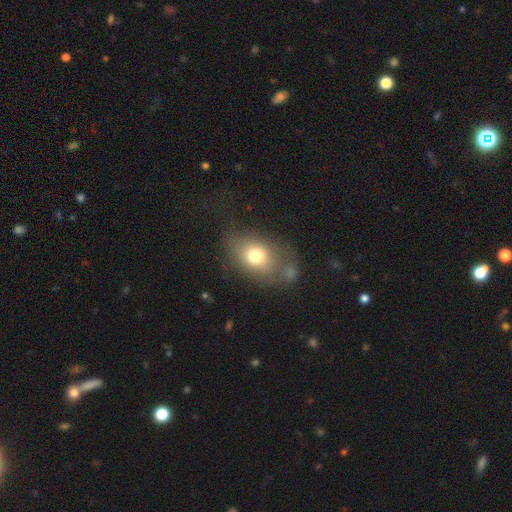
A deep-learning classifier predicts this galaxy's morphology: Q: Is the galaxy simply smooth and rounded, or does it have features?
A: smooth — 73%.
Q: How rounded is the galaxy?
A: in between — 66%.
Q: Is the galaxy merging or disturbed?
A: none — 49%.